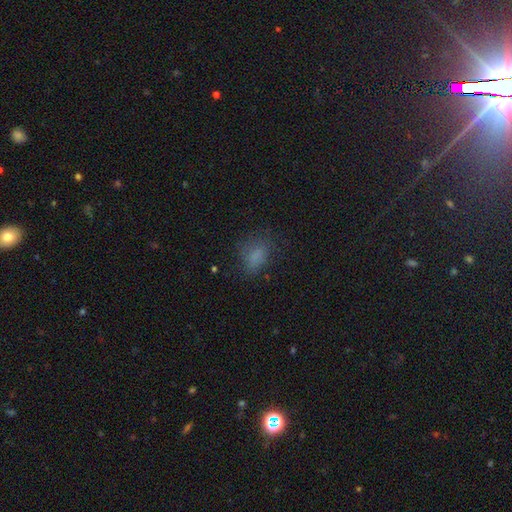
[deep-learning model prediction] Q: Smooth or featured?
A: smooth (73%); runner-up: star or artifact (16%)
Q: How rounded?
A: in between (76%); runner-up: round (21%)
Q: Merging?
A: none (64%); runner-up: minor disturbance (21%)